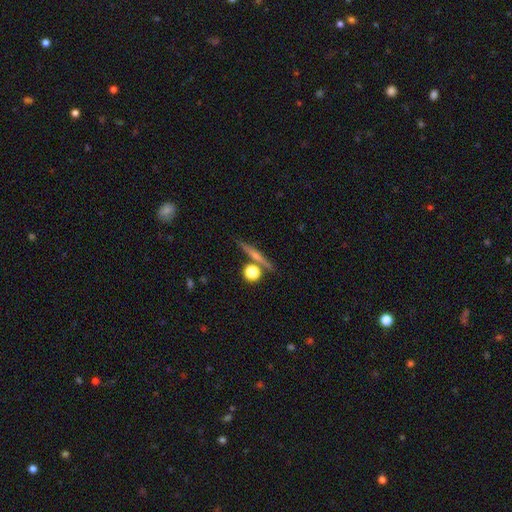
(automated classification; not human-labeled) smooth_or_featured: featured or disk (p=0.56) [alt: smooth p=0.29]
disk_edge_on: yes (p=0.95) [alt: no p=0.05]
edge_on_bulge: rounded (p=0.52) [alt: none p=0.39]
merging: none (p=0.83) [alt: minor disturbance p=0.07]